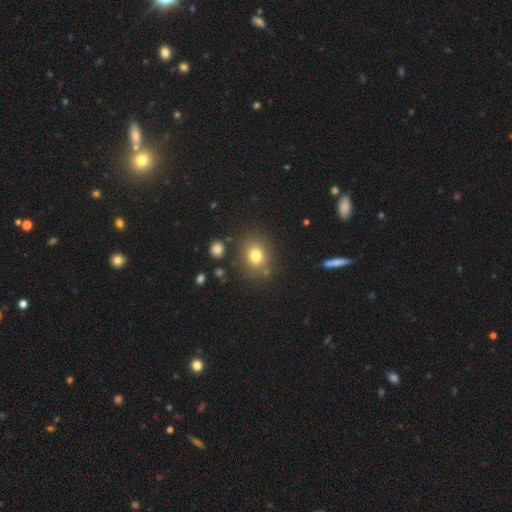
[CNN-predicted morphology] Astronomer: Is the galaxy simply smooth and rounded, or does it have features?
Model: smooth — 77%.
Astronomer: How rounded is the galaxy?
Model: round — 60% (runner-up: in between, 39%).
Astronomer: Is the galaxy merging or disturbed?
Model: none — 81%.